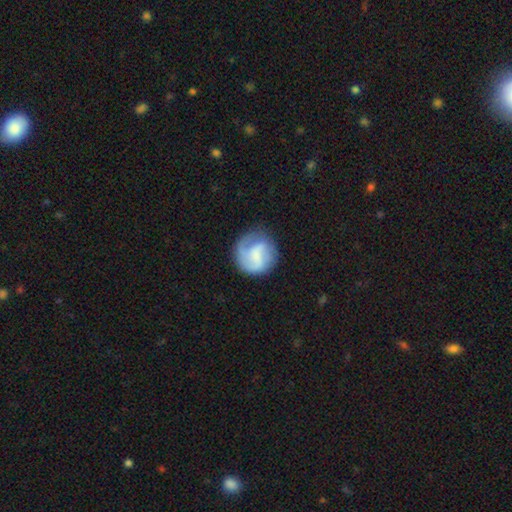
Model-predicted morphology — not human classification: type=featured or disk (60%); edge-on=no (98%); bar=weak (45%); spiral arms=yes (88%); winding=medium (40%); arm count=2 (34%); bulge=none (44%); merging=none (64%).